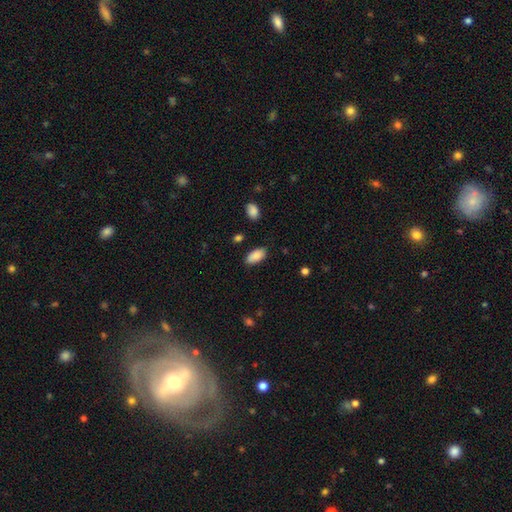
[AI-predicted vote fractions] The model was most divided on "merging": none: 85%, minor disturbance: 11%, major disturbance: 2%, merger: 2%. More confident: how rounded — in between (91%); smooth or featured — smooth (88%).